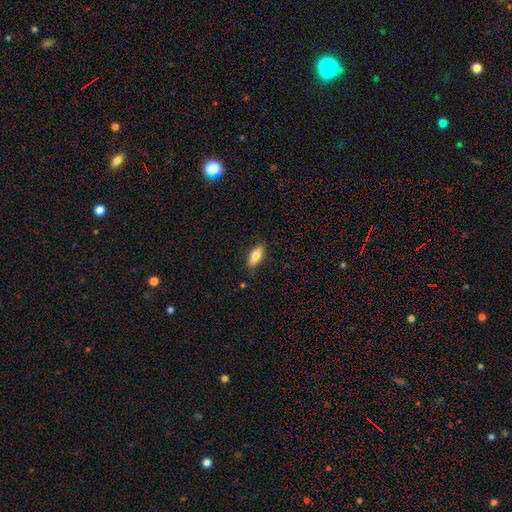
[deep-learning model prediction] Smooth or featured: smooth — 76% (featured or disk — 18%)
How rounded: in between — 68% (cigar-shaped — 29%)
Merging: none — 84% (minor disturbance — 12%)